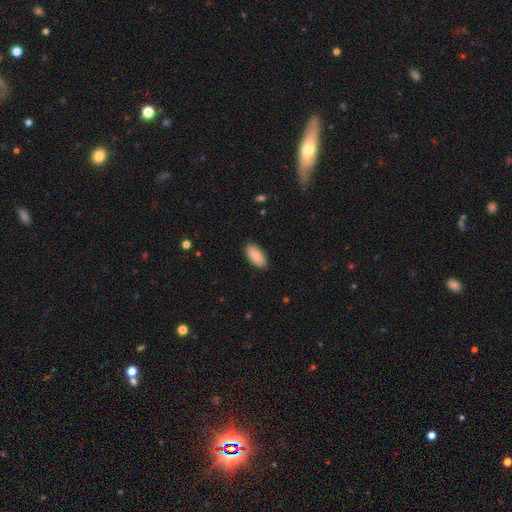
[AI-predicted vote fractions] Smooth or featured? Predicted: smooth (p=0.88). How rounded? Predicted: in between (p=0.91). Merging? Predicted: none (p=0.88).